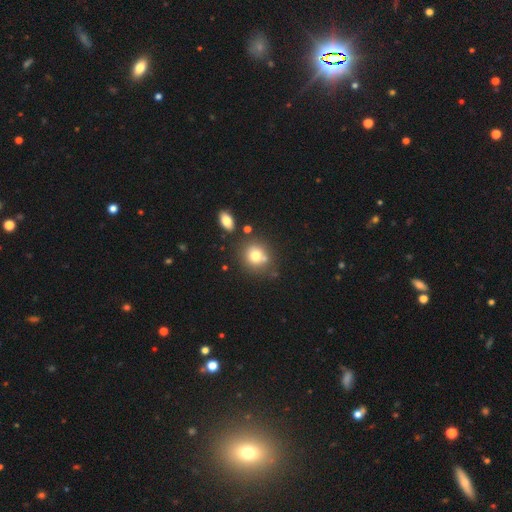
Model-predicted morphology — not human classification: smooth_or_featured: smooth (p=0.74) [alt: featured or disk p=0.13]
how_rounded: round (p=0.82) [alt: in between p=0.17]
merging: none (p=0.65) [alt: merger p=0.19]